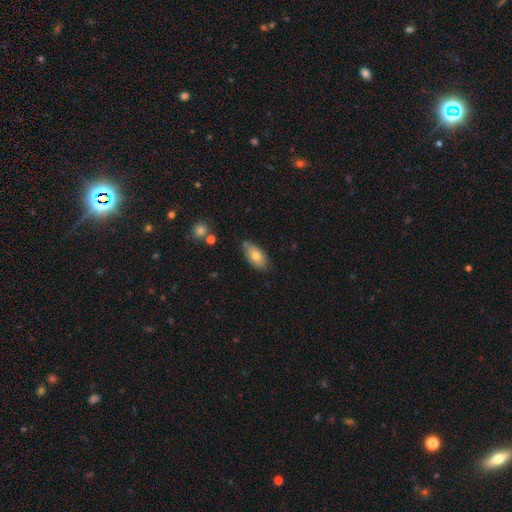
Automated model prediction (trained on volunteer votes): The model was most divided on "merging": none: 67%, minor disturbance: 25%, major disturbance: 4%, merger: 4%. More confident: how rounded — in between (91%); smooth or featured — smooth (73%).